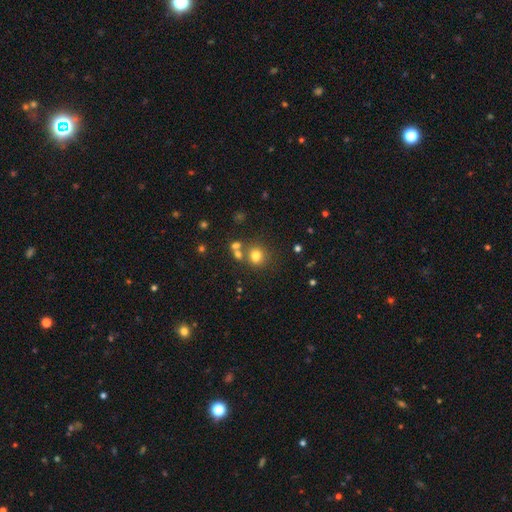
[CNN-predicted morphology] type=smooth (76%); roundness=round (81%); merging=none (65%).